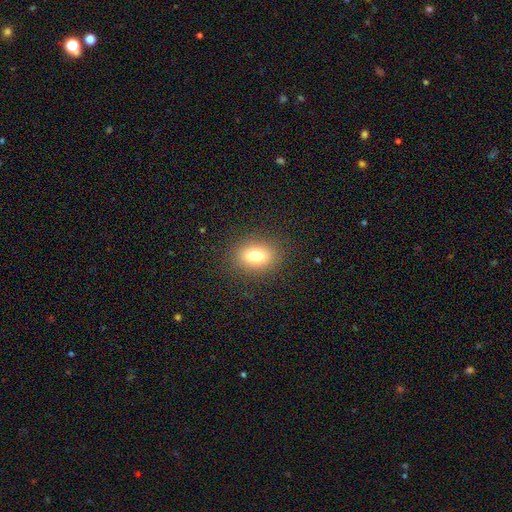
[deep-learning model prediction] Smooth or featured: smooth — 79% (star or artifact — 11%)
How rounded: in between — 72% (round — 26%)
Merging: none — 86% (minor disturbance — 9%)